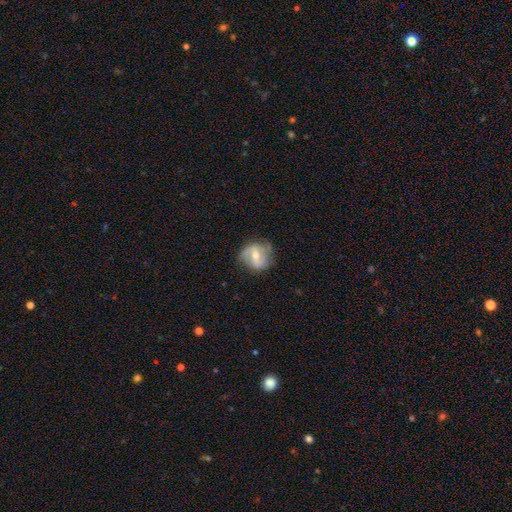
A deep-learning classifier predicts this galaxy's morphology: This is possibly a featured or disk galaxy (58%). It is clearly not viewed edge-on (96%). Bar: marginally weak (42%). Spiral arm pattern: likely yes (75%). Central bulge: likely moderate (64%). Merging: likely none (66%).